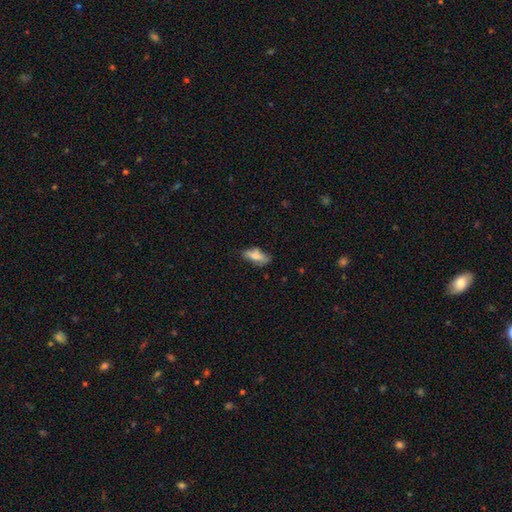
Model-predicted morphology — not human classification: smooth 70%, featured or disk 21%, star or artifact 8%. Down the decision tree: how rounded — in between (75%); merging — none (57%).